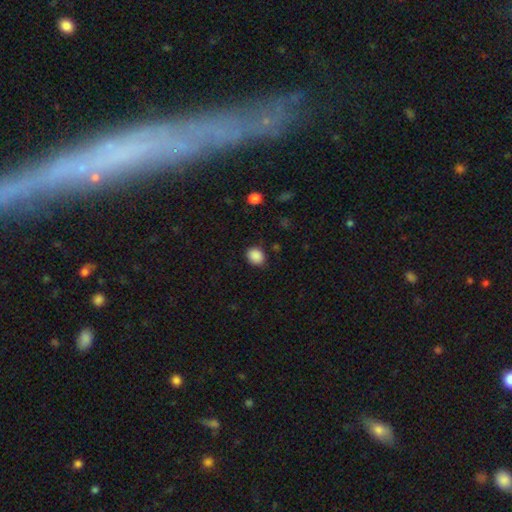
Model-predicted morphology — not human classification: Smooth or featured? Predicted: smooth (p=0.88). How rounded? Predicted: round (p=0.56). Merging? Predicted: none (p=0.84).